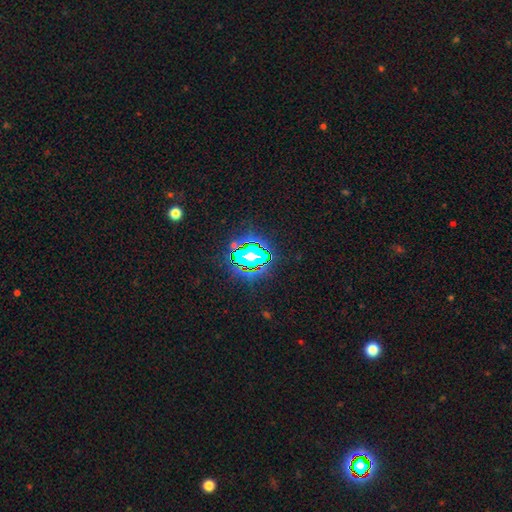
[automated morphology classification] Overall: star or artifact (78%).